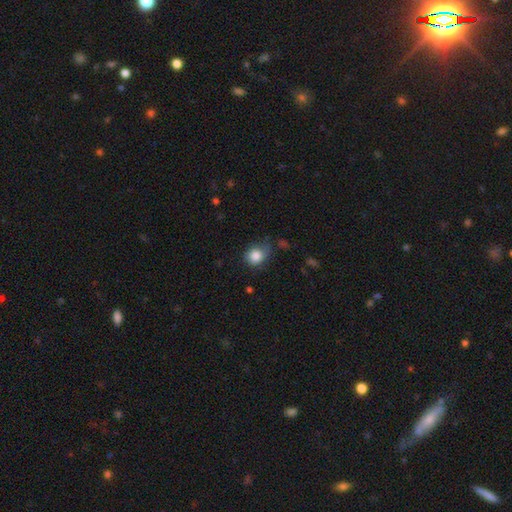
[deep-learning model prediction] Morphology: type=smooth (84%); roundness=round (65%); merging=none (54%).